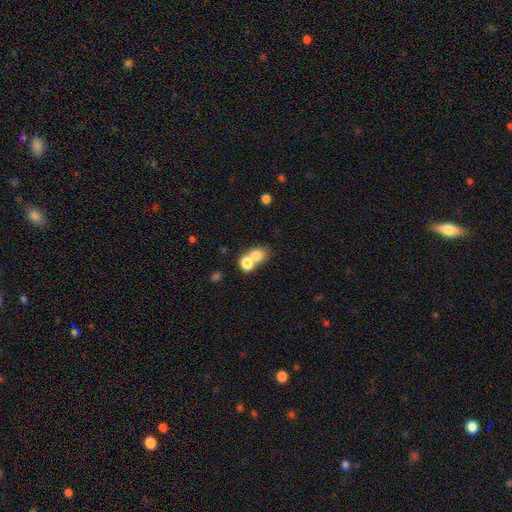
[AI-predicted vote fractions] Overall: smooth (77%). How rounded: round (58%; in between 41%). Merging: merger (60%; none 30%).